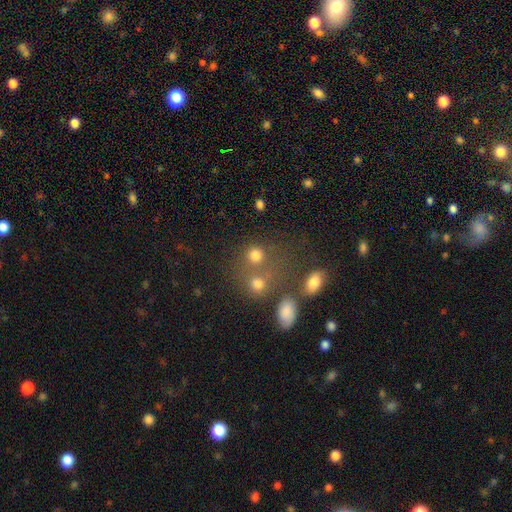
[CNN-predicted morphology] smooth_or_featured: smooth (p=0.74) [alt: star or artifact p=0.16]
how_rounded: round (p=0.78) [alt: in between p=0.20]
merging: none (p=0.53) [alt: merger p=0.28]